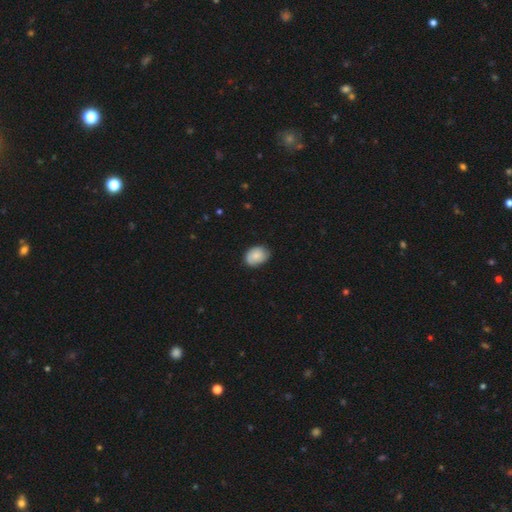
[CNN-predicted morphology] smooth_or_featured: smooth (p=0.75) [alt: featured or disk p=0.18]
how_rounded: in between (p=0.70) [alt: round p=0.29]
merging: none (p=0.72) [alt: minor disturbance p=0.23]